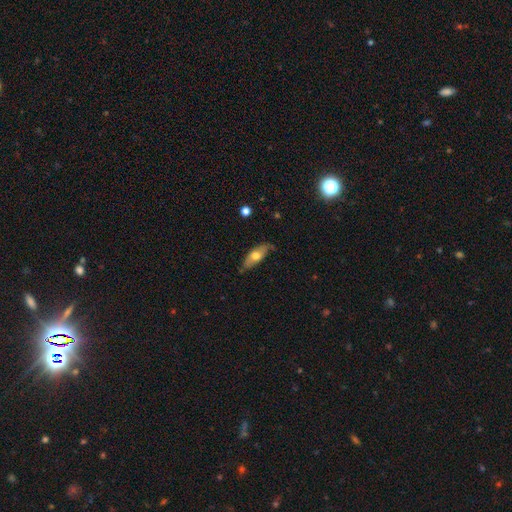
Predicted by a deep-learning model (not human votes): This appears to be a smooth galaxy with no disk features (56%) that is in between round and cigar-shaped (73%). Merging: none (72%).